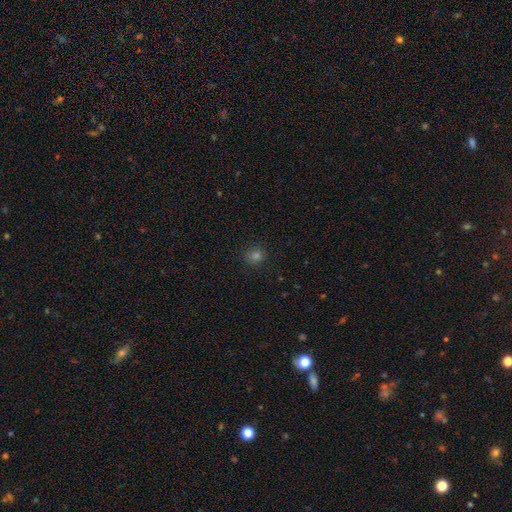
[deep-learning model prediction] Smooth or featured: smooth — 76% (star or artifact — 19%)
How rounded: round — 87% (in between — 12%)
Merging: none — 89% (minor disturbance — 7%)